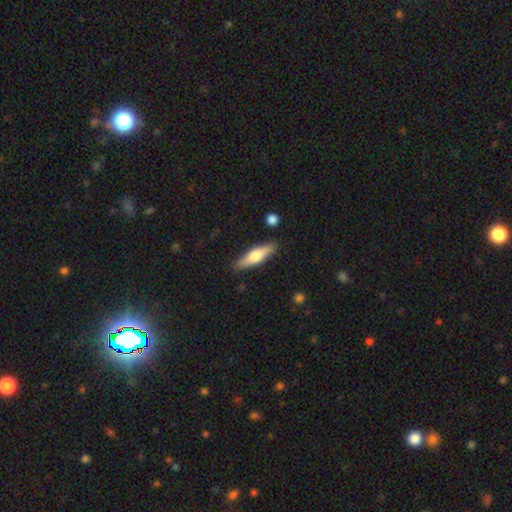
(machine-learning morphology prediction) A smooth galaxy with no disk features (54%) that is cigar-shaped (68%).

Vote fractions:
- Smooth or featured? smooth: 54% / featured or disk: 40% / star or artifact: 5%
- How rounded? cigar-shaped: 68% / in between: 30% / round: 2%
- Merging? none: 87% / minor disturbance: 9% / merger: 2% / major disturbance: 2%